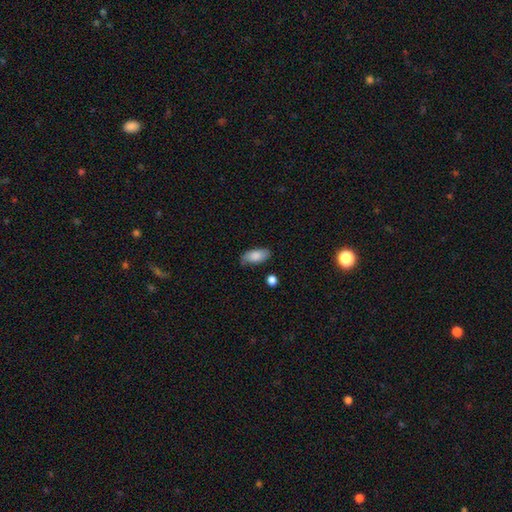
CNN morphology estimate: smooth 82%, featured or disk 11%, star or artifact 7%. Down the decision tree: how rounded — in between (91%); merging — none (71%).